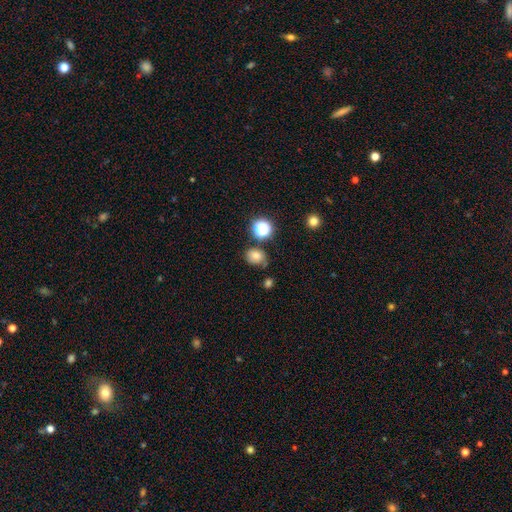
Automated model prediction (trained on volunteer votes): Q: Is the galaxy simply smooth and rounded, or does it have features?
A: smooth — 62%.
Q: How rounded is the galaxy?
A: round — 58%.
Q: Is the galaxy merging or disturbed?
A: none — 66%.